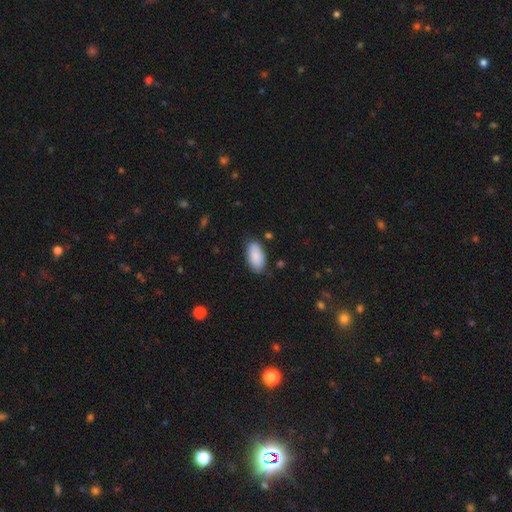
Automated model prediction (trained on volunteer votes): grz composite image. It shows a smooth galaxy with no disk features (89%) that is in between round and cigar-shaped (94%). Merging: none (81%).